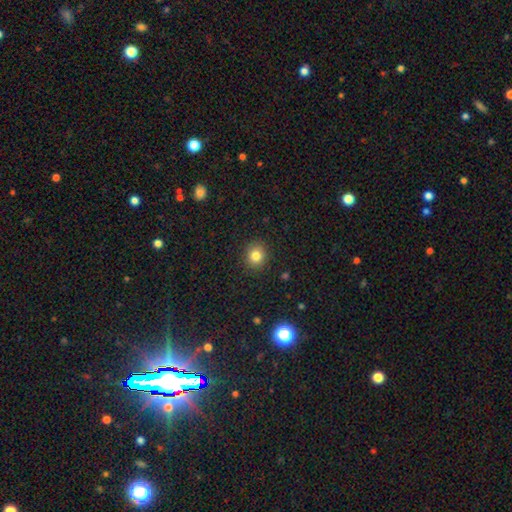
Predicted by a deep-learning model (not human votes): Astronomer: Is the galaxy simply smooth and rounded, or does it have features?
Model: smooth — 82%.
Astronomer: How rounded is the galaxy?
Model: round — 78%.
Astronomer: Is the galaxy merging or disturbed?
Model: none — 90%.